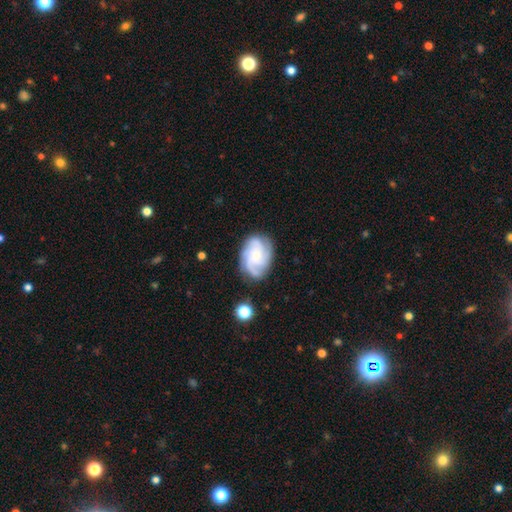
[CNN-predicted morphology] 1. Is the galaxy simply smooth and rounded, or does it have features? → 80% featured or disk, 14% smooth, 6% star or artifact.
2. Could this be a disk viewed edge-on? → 98% no, 2% yes.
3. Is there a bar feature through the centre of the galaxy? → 74% no, 23% weak, 3% strong.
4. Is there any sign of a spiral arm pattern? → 97% yes, 3% no.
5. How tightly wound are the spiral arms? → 48% tight, 41% medium, 12% loose.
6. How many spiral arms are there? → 52% 3, 23% 4, 11% can't tell, 7% 2, 4% more than 4, 4% 1.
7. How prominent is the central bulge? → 64% small, 29% moderate, 3% none, 2% large, 1% dominant.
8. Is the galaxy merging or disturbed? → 75% none, 17% minor disturbance, 6% major disturbance, 2% merger.